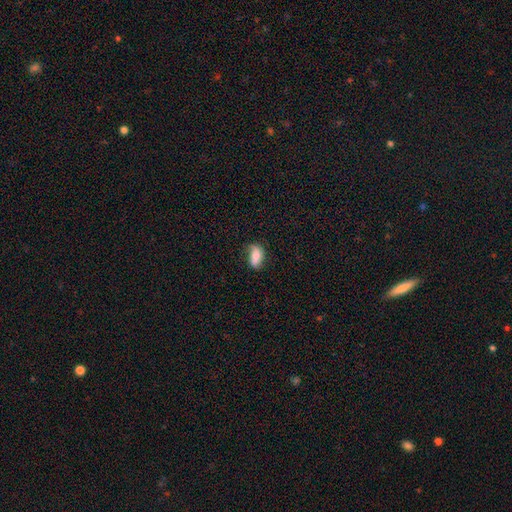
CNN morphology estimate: Smooth or featured: smooth — 61% (featured or disk — 31%)
How rounded: in between — 87% (round — 7%)
Merging: none — 63% (minor disturbance — 27%)